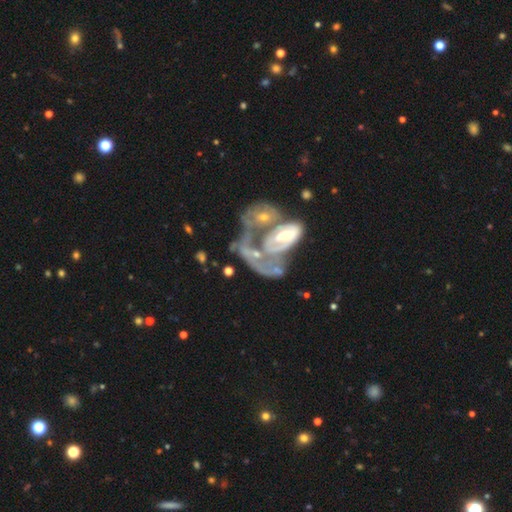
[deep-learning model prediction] Smooth or featured?
  - featured or disk: 72% *
  - smooth: 20%
  - star or artifact: 9%
Edge-on disk?
  - no: 93% *
  - yes: 7%
Bar?
  - no: 71% *
  - weak: 20%
  - strong: 9%
Spiral arms?
  - no: 56% *
  - yes: 44%
Bulge size?
  - moderate: 49% *
  - small: 35%
  - none: 7%
  - large: 7%
  - dominant: 2%
Merging?
  - merger: 57% *
  - major disturbance: 25%
  - none: 11%
  - minor disturbance: 7%